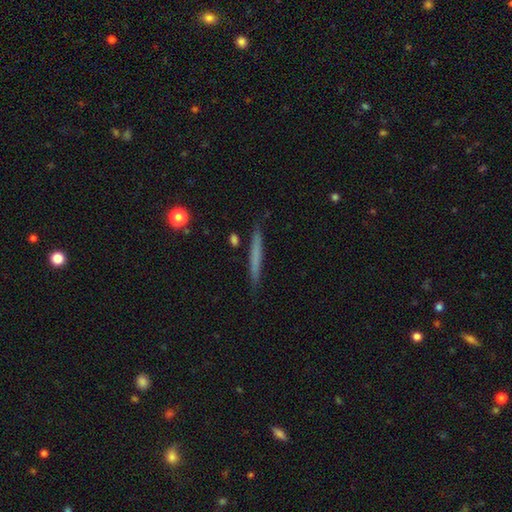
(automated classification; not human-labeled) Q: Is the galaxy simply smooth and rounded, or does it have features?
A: smooth — 58%.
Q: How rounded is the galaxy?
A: cigar-shaped — 96%.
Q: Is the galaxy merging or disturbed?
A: none — 89%.